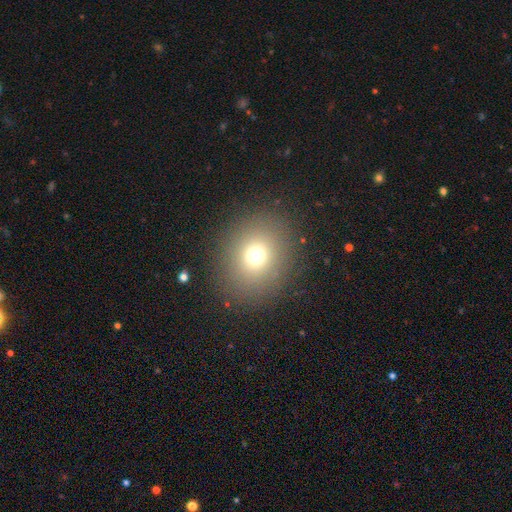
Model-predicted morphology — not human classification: Smooth or featured?
  - smooth: 70% *
  - star or artifact: 18%
  - featured or disk: 11%
How rounded?
  - round: 70% *
  - in between: 29%
  - cigar-shaped: 1%
Merging?
  - none: 86% *
  - minor disturbance: 7%
  - major disturbance: 5%
  - merger: 1%